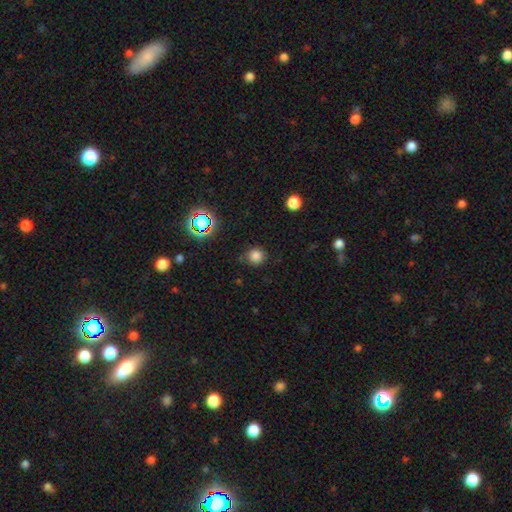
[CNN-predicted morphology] smooth_or_featured: smooth (p=0.78) [alt: star or artifact p=0.17]
how_rounded: round (p=0.89) [alt: in between p=0.10]
merging: none (p=0.79) [alt: minor disturbance p=0.15]